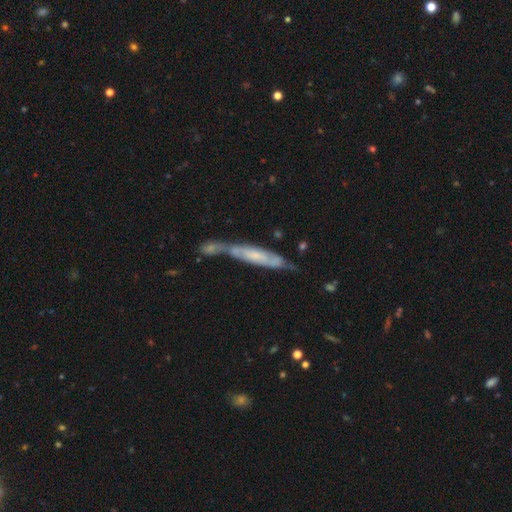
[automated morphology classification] A featured or disk galaxy (63%). Merging: merger (45%).